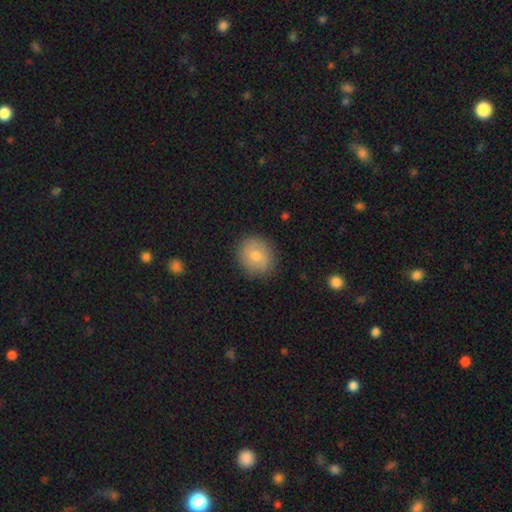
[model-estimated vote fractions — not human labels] A smooth galaxy with no disk features (73%) that is round (80%). Merging: none (88%).